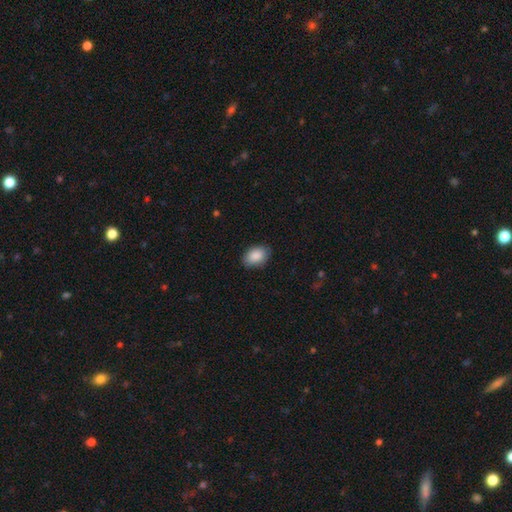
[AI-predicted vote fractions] Morphology: type=smooth (89%); roundness=in between (87%); merging=none (86%).